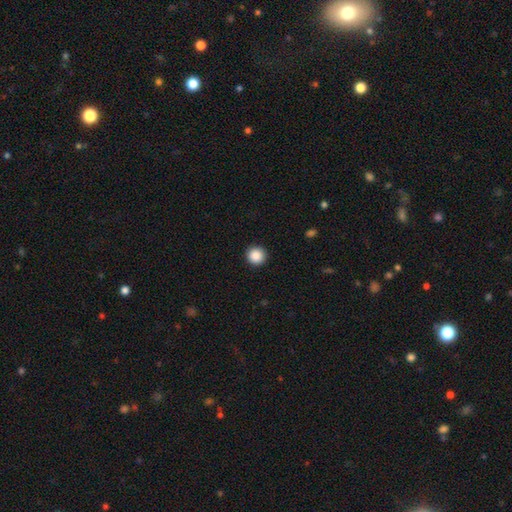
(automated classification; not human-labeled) This appears to be a smooth galaxy with no disk features (88%) that is round (96%). Merging: none (93%).